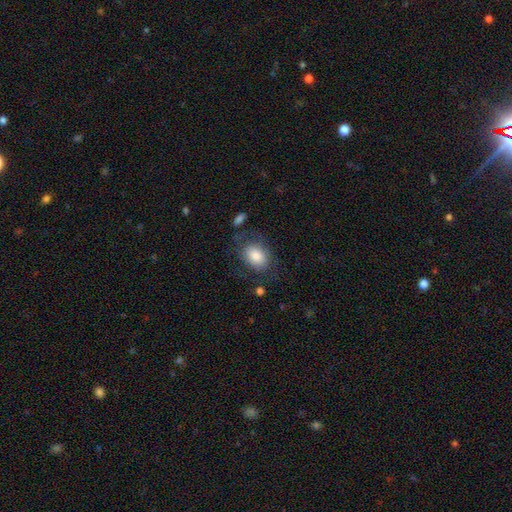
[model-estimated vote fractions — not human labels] smooth_or_featured: smooth (p=0.81) [alt: featured or disk p=0.12]
how_rounded: in between (p=0.74) [alt: round p=0.25]
merging: none (p=0.61) [alt: minor disturbance p=0.22]